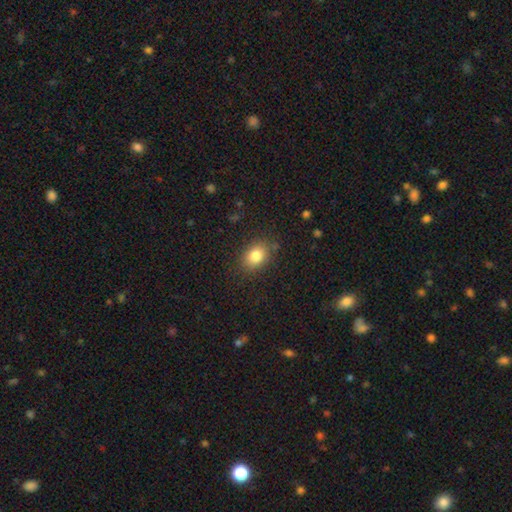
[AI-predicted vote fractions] Q: Smooth or featured?
A: smooth (82%); runner-up: star or artifact (10%)
Q: How rounded?
A: in between (63%); runner-up: round (36%)
Q: Merging?
A: none (83%); runner-up: minor disturbance (12%)